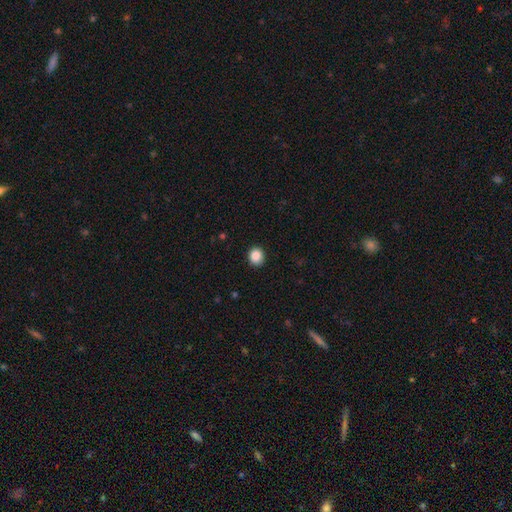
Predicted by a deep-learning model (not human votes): Overall: smooth (87%). How rounded: round (80%). Merging: none (91%).